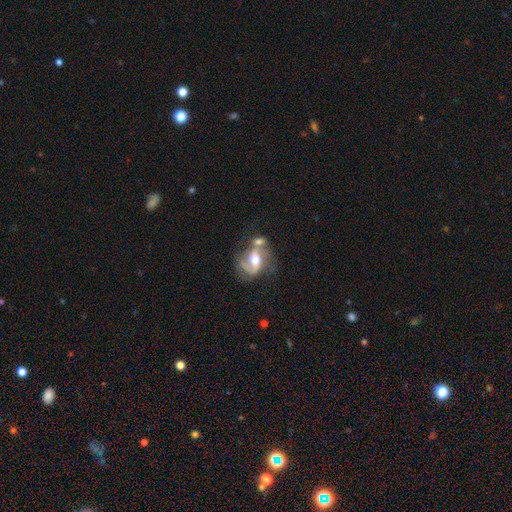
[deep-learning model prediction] The model was most divided on "bar": no: 40%, weak: 38%, strong: 21%. Remaining: edge-on disk — no (97%); spiral arms — yes (85%); spiral arm count — 2 (78%); smooth or featured — featured or disk (77%); bulge size — moderate (71%); spiral winding — medium (47%); merging — none (37%).